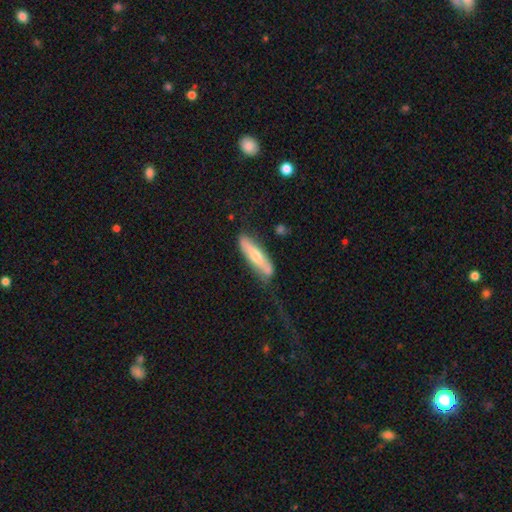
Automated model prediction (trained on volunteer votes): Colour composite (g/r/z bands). It shows a smooth galaxy with no disk features (50%) that is cigar-shaped (75%). Merging: none (56%).